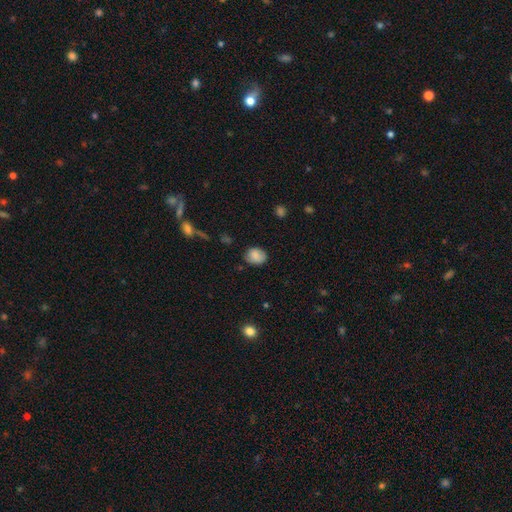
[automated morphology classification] Smooth or featured? Predicted: smooth (p=0.85). How rounded? Predicted: in between (p=0.50). Merging? Predicted: none (p=0.75).